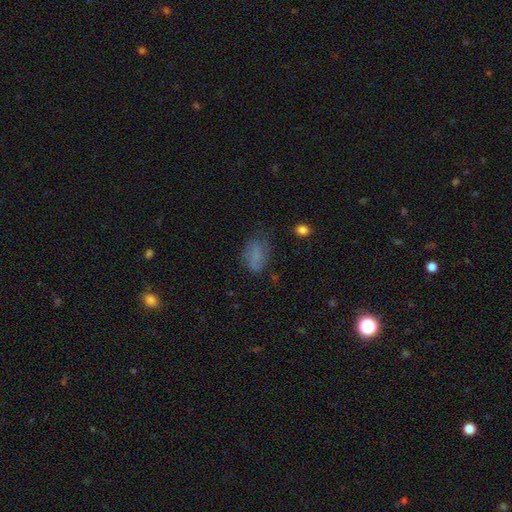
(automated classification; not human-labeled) A smooth galaxy with no disk features (69%) that is in between round and cigar-shaped (86%).

Vote fractions:
- Smooth or featured? smooth: 69% / featured or disk: 17% / star or artifact: 14%
- How rounded? in between: 86% / round: 11% / cigar-shaped: 3%
- Merging? none: 58% / minor disturbance: 26% / major disturbance: 13% / merger: 3%